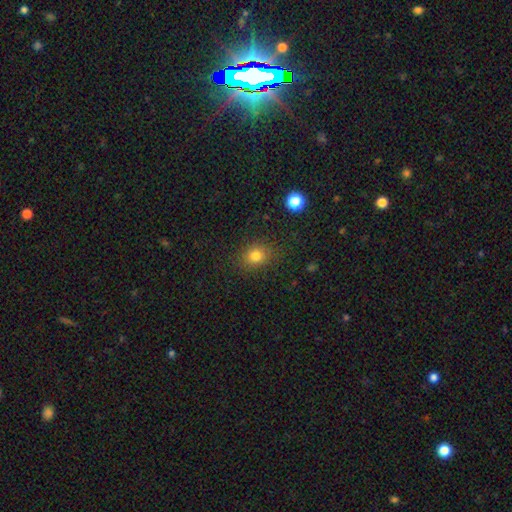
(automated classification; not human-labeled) smooth_or_featured: smooth (p=0.80) [alt: star or artifact p=0.14]
how_rounded: round (p=0.65) [alt: in between p=0.34]
merging: none (p=0.85) [alt: minor disturbance p=0.10]